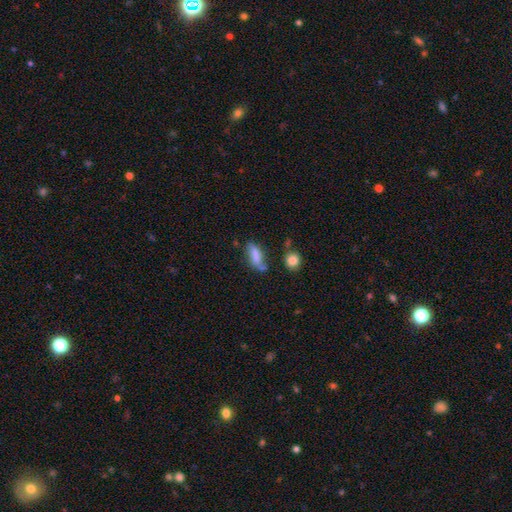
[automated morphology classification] Smooth or featured: smooth — 70% (featured or disk — 21%)
How rounded: in between — 62% (cigar-shaped — 33%)
Merging: none — 50% (minor disturbance — 27%)